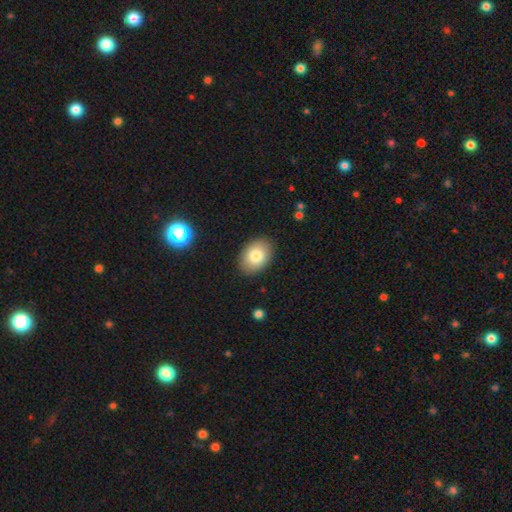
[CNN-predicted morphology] Smooth or featured?
  - smooth: 81% *
  - featured or disk: 11%
  - star or artifact: 8%
How rounded?
  - in between: 81% *
  - round: 18%
  - cigar-shaped: 1%
Merging?
  - none: 88% *
  - minor disturbance: 9%
  - major disturbance: 2%
  - merger: 1%